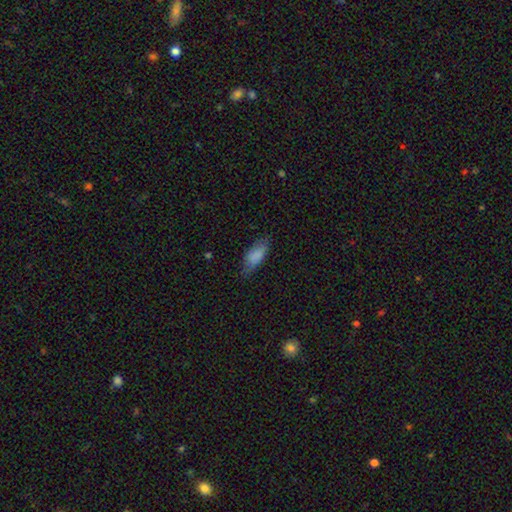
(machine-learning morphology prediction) smooth_or_featured: smooth (p=0.84) [alt: featured or disk p=0.10]
how_rounded: in between (p=0.80) [alt: cigar-shaped p=0.18]
merging: none (p=0.69) [alt: minor disturbance p=0.23]